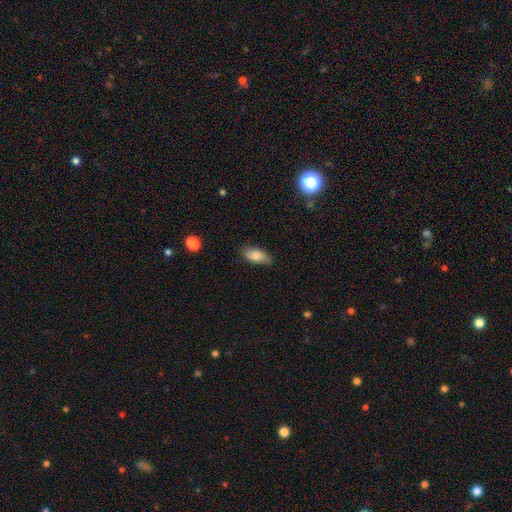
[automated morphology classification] Smooth or featured? Predicted: smooth (p=0.84). How rounded? Predicted: in between (p=0.88). Merging? Predicted: none (p=0.79).